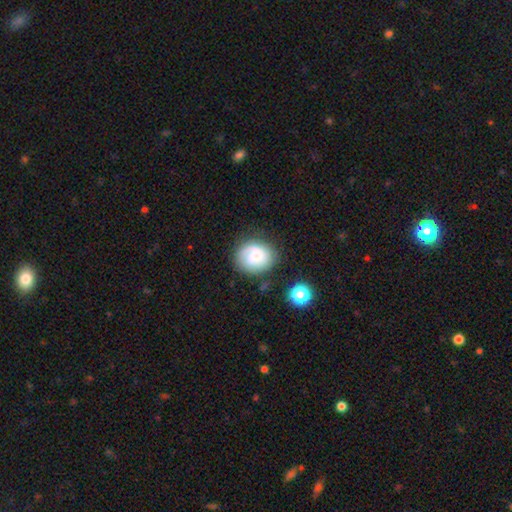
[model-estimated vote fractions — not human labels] Smooth or featured?
  - featured or disk: 57% *
  - smooth: 35%
  - star or artifact: 8%
Edge-on disk?
  - no: 98% *
  - yes: 2%
Bar?
  - no: 62% *
  - weak: 33%
  - strong: 5%
Spiral arms?
  - yes: 90% *
  - no: 10%
Bulge size?
  - moderate: 42% *
  - small: 38%
  - large: 10%
  - none: 7%
  - dominant: 2%
Merging?
  - none: 72% *
  - minor disturbance: 17%
  - major disturbance: 7%
  - merger: 3%